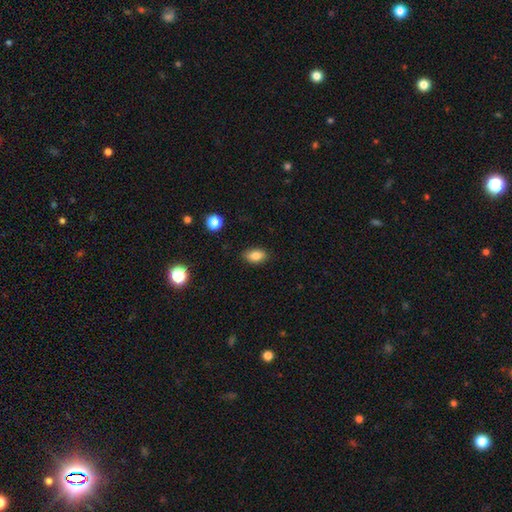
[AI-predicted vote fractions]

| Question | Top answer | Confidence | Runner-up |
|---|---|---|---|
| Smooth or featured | smooth | 83% | star or artifact (10%) |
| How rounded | in between | 88% | round (9%) |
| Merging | none | 86% | minor disturbance (10%) |